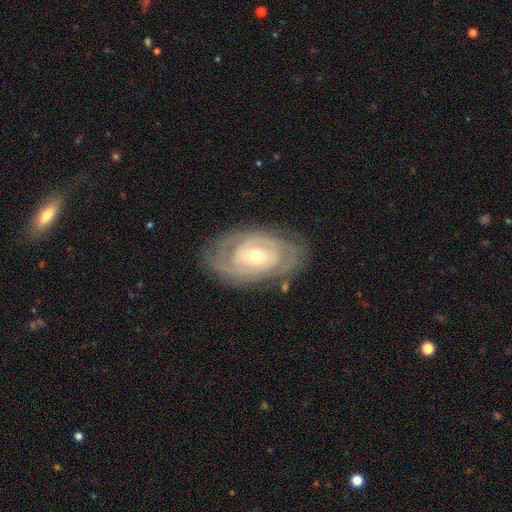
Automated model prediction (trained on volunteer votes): A featured or disk galaxy (82%) with no bar (58%), tight (71%) spiral arms (87%) and a small central bulge (59%). Merging: none (75%).